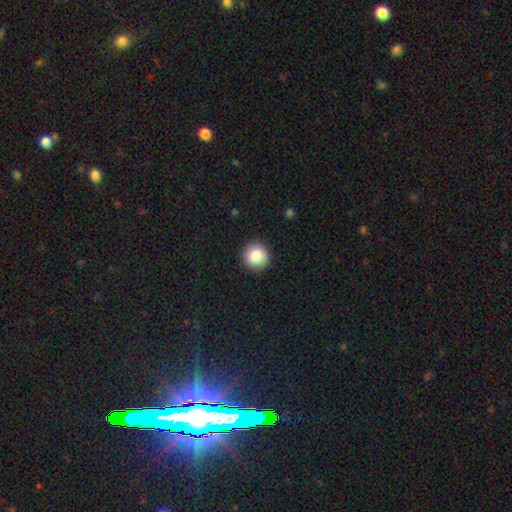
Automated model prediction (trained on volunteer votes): smooth-or-featured: smooth: 86% | star or artifact: 8% | featured or disk: 5%
  how-rounded: round: 94% | in between: 5% | cigar-shaped: 1%
  merging: none: 91% | minor disturbance: 6% | major disturbance: 2% | merger: 1%